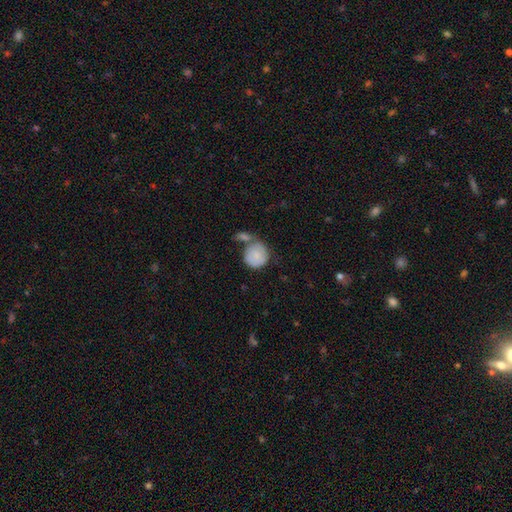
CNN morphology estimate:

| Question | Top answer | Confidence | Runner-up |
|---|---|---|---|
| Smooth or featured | smooth | 79% | featured or disk (14%) |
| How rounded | round | 85% | in between (14%) |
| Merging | none | 43% | merger (34%) |